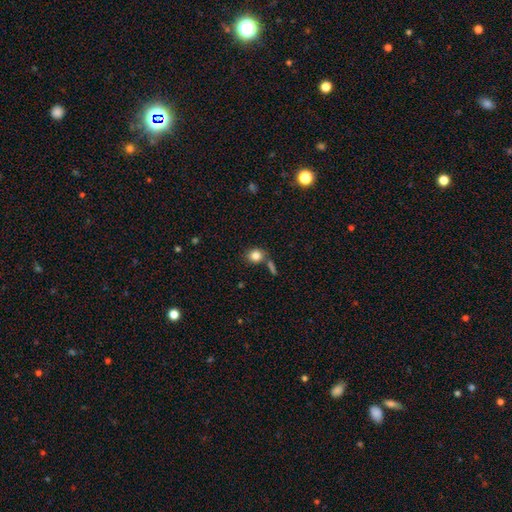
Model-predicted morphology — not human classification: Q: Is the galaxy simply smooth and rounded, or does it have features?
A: smooth — 83%.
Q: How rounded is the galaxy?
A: round — 75%.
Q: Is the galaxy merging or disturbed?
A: none — 71%.